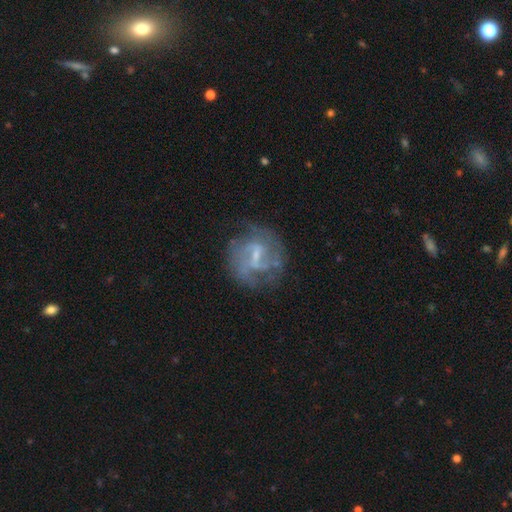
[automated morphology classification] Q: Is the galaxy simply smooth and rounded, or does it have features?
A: featured or disk — 79%.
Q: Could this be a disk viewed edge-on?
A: no — 97%.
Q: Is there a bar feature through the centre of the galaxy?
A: weak — 58%.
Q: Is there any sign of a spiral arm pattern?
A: yes — 85%.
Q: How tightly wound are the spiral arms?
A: medium — 45%.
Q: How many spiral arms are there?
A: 2 — 49%.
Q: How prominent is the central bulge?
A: small — 56%.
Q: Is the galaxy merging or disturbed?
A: none — 66%.